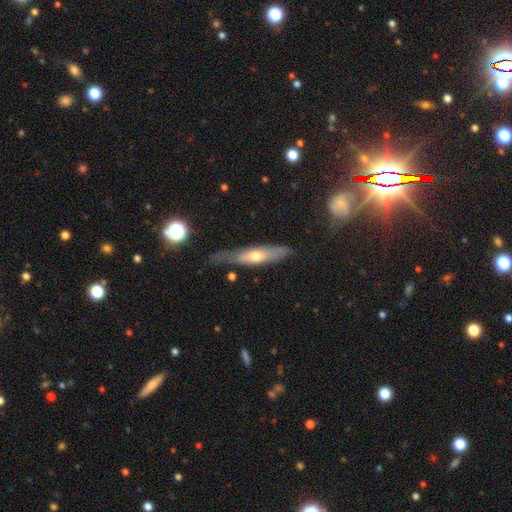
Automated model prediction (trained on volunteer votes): A featured or disk galaxy (51%) viewed edge-on (71%).

Vote fractions:
- Smooth or featured? featured or disk: 51% / smooth: 43% / star or artifact: 6%
- Edge-on disk? yes: 71% / no: 29%
- Merging? none: 66% / minor disturbance: 23% / major disturbance: 7% / merger: 3%